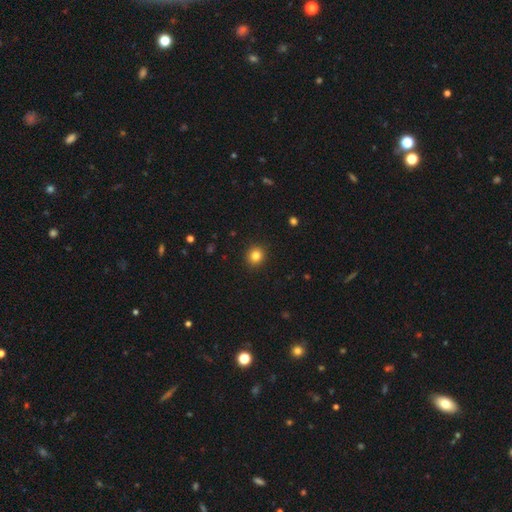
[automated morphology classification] Smooth or featured? smooth (83%)
How rounded? round (84%)
Merging? none (92%)